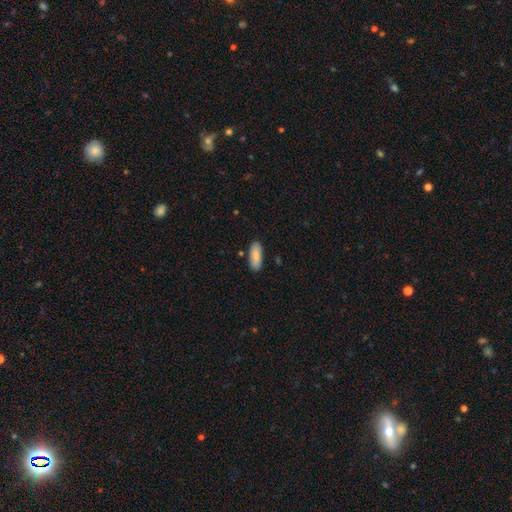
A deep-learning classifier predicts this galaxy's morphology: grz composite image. It shows a smooth galaxy with no disk features (81%) that is in between round and cigar-shaped (75%). Merging: none (86%).